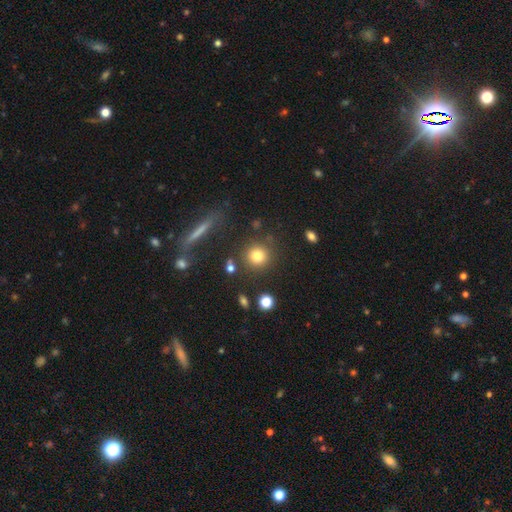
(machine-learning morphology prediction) smooth-or-featured: smooth: 78% | star or artifact: 13% | featured or disk: 9%
  how-rounded: round: 91% | in between: 7% | cigar-shaped: 2%
  merging: none: 82% | minor disturbance: 9% | merger: 5% | major disturbance: 4%